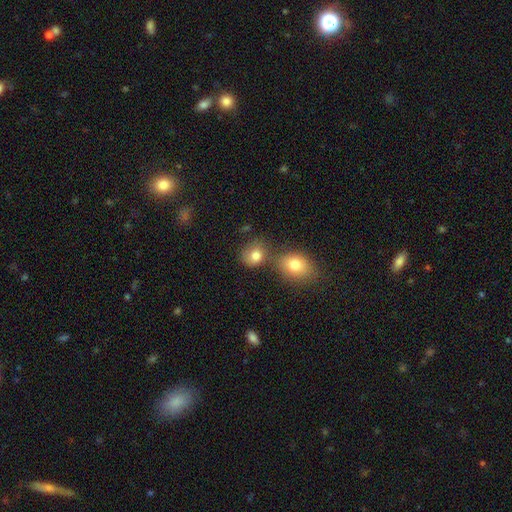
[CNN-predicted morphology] This appears to be a smooth galaxy with no disk features (80%) that is round (65%). Merging: none (55%).